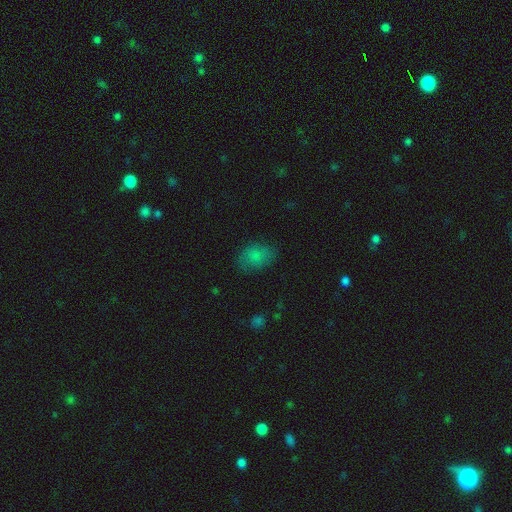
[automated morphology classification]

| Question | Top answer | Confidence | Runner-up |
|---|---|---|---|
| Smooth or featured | smooth | 77% | featured or disk (12%) |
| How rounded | in between | 77% | round (21%) |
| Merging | none | 69% | minor disturbance (22%) |